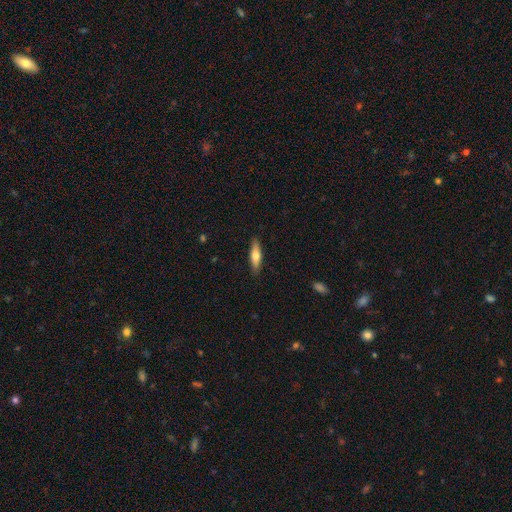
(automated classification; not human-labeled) Smooth or featured: smooth — 60% (featured or disk — 34%)
How rounded: cigar-shaped — 66% (in between — 32%)
Merging: none — 88% (minor disturbance — 9%)